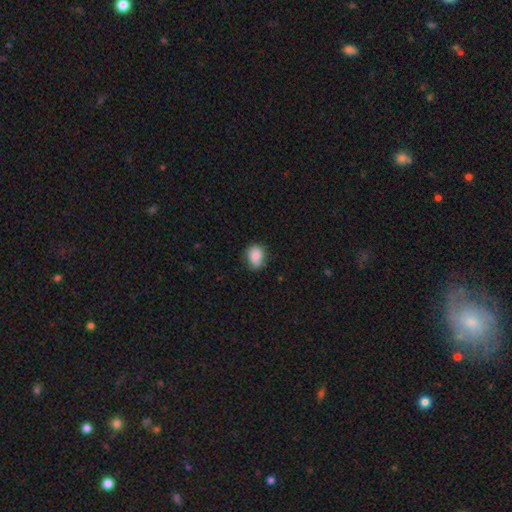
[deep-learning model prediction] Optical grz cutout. It shows a smooth galaxy with no disk features (82%) that is in between round and cigar-shaped (50%). Merging: none (73%).